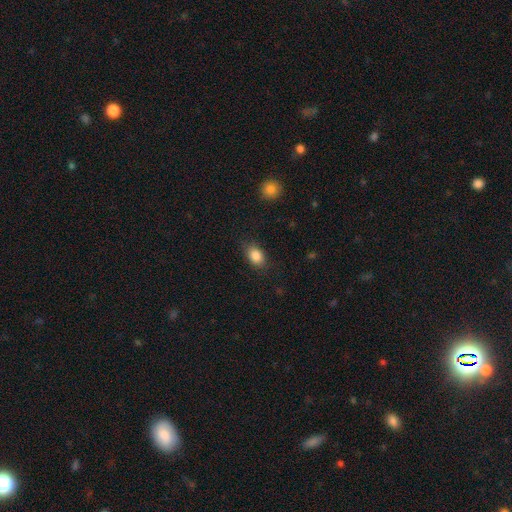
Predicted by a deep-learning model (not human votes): The model was most divided on "how rounded": in between: 74%, round: 24%, cigar-shaped: 2%. More confident: smooth or featured — smooth (86%); merging — none (79%).